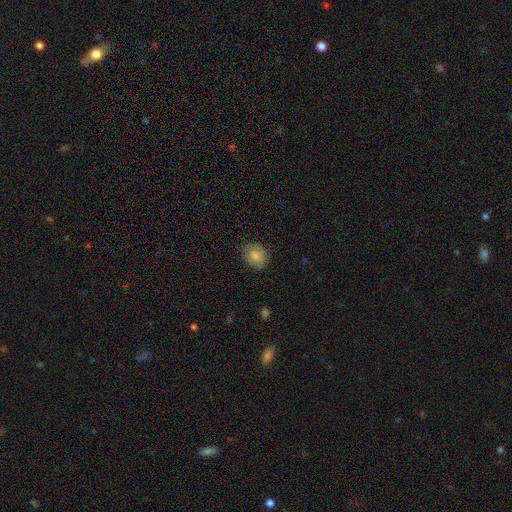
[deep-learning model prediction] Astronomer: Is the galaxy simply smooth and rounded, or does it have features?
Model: smooth — 79%.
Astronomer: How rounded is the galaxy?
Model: round — 64%.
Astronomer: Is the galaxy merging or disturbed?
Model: none — 79%.